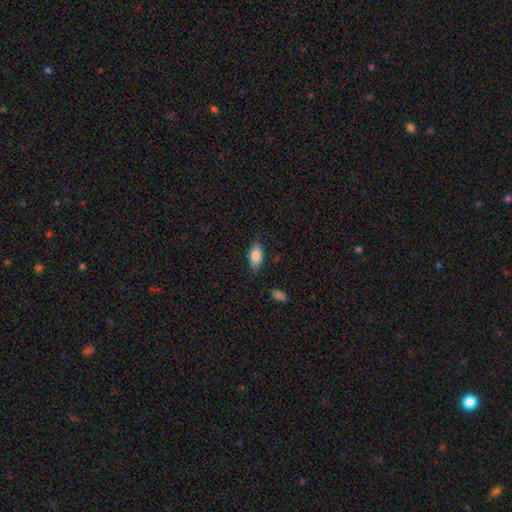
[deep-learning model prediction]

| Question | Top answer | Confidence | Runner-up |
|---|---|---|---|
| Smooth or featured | smooth | 84% | featured or disk (9%) |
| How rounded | in between | 89% | cigar-shaped (7%) |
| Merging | none | 80% | minor disturbance (16%) |